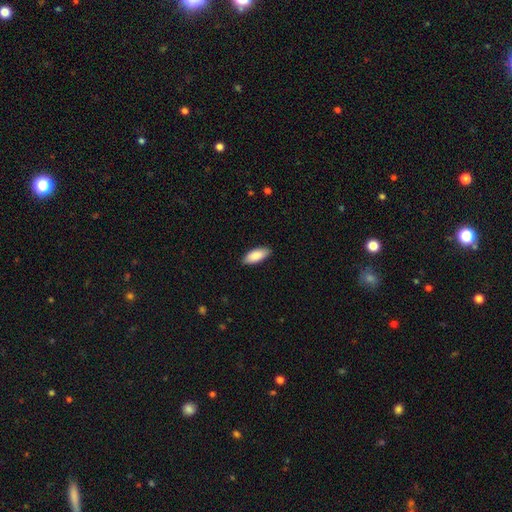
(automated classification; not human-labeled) A smooth galaxy with no disk features (88%) that is in between round and cigar-shaped (84%).

Vote fractions:
- Smooth or featured? smooth: 88% / featured or disk: 7% / star or artifact: 6%
- How rounded? in between: 84% / cigar-shaped: 14% / round: 2%
- Merging? none: 87% / minor disturbance: 10% / major disturbance: 2% / merger: 1%